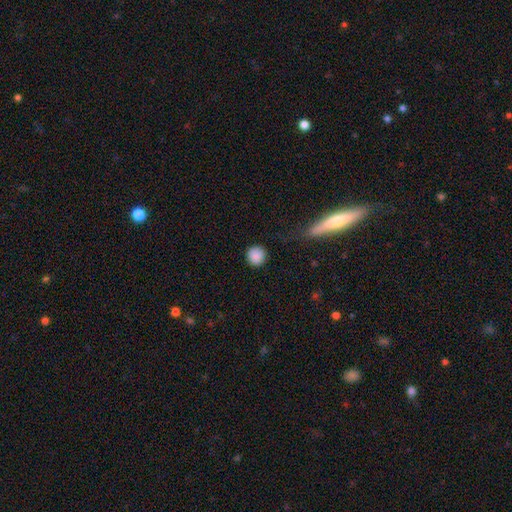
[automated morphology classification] A smooth galaxy with no disk features (88%) that is round (94%). Merging: none (89%).